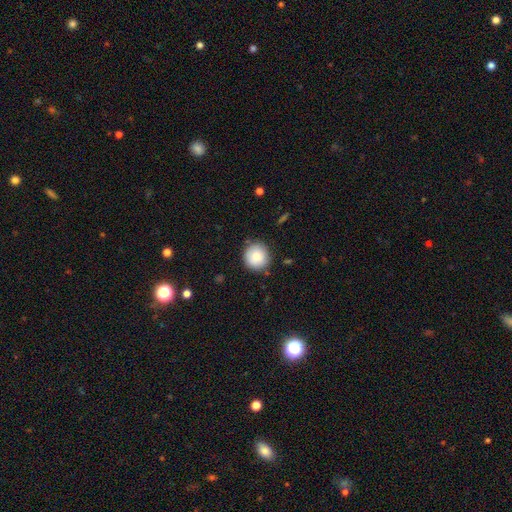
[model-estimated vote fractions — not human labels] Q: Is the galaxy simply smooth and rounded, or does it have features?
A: smooth — 81%.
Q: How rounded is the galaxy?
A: round — 94%.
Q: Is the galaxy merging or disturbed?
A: none — 85%.